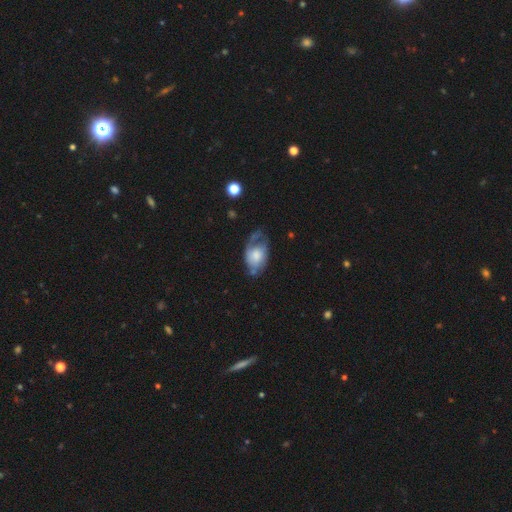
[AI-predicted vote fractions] featured or disk 49%, smooth 45%, star or artifact 7%. Down the decision tree: merging — none (36%).